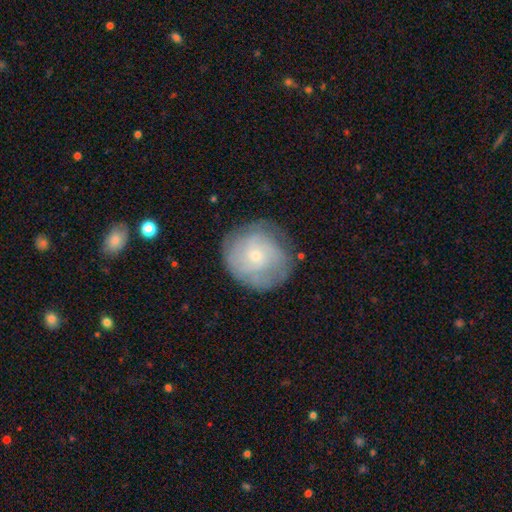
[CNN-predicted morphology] smooth_or_featured: featured or disk (p=0.62) [alt: smooth p=0.30]
disk_edge_on: no (p=0.98) [alt: yes p=0.02]
bar: no (p=0.78) [alt: weak p=0.19]
has_spiral_arms: yes (p=0.84) [alt: no p=0.16]
spiral_winding: tight (p=0.63) [alt: medium p=0.27]
spiral_arm_count: can't tell (p=0.48) [alt: 2 p=0.17]
bulge_size: small (p=0.74) [alt: moderate p=0.22]
merging: none (p=0.75) [alt: minor disturbance p=0.17]